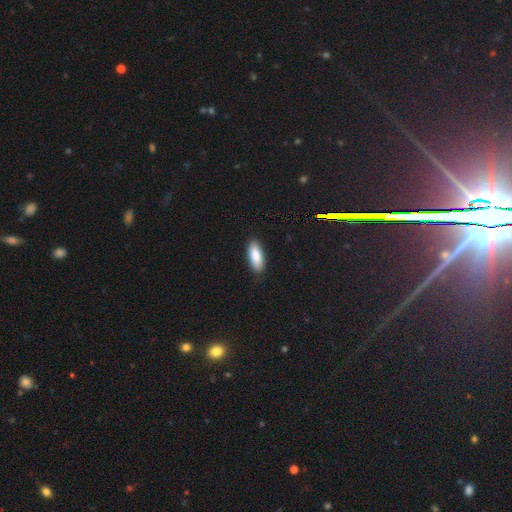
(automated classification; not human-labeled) A smooth galaxy with no disk features (86%) that is in between round and cigar-shaped (76%).

Vote fractions:
- Smooth or featured? smooth: 86% / featured or disk: 8% / star or artifact: 6%
- How rounded? in between: 76% / cigar-shaped: 22% / round: 2%
- Merging? none: 87% / minor disturbance: 10% / major disturbance: 2% / merger: 1%